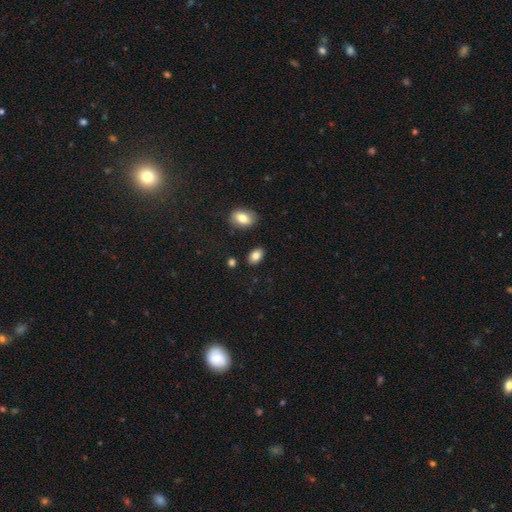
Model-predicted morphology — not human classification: A smooth galaxy with no disk features (83%) that is in between round and cigar-shaped (88%).

Vote fractions:
- Smooth or featured? smooth: 83% / star or artifact: 8% / featured or disk: 8%
- How rounded? in between: 88% / round: 11% / cigar-shaped: 2%
- Merging? none: 86% / minor disturbance: 9% / merger: 3% / major disturbance: 2%